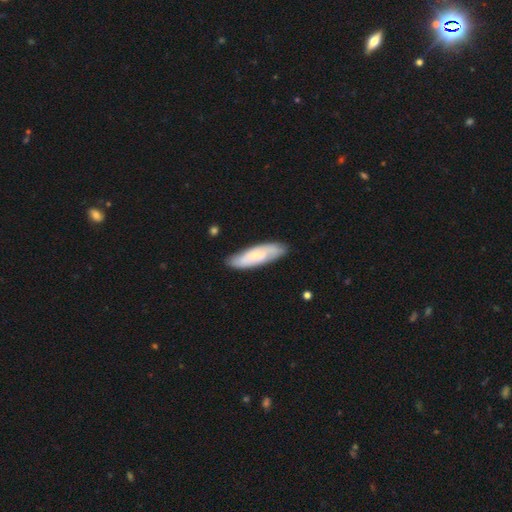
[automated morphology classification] Smooth or featured: smooth — 51% (featured or disk — 43%)
How rounded: cigar-shaped — 52% (in between — 46%)
Merging: none — 80% (minor disturbance — 16%)